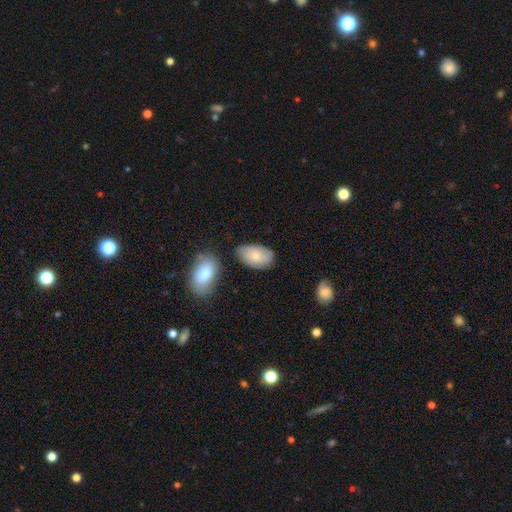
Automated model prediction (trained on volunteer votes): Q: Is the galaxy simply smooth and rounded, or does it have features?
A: smooth — 75%.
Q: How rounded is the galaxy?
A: in between — 94%.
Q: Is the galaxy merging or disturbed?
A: none — 67%.